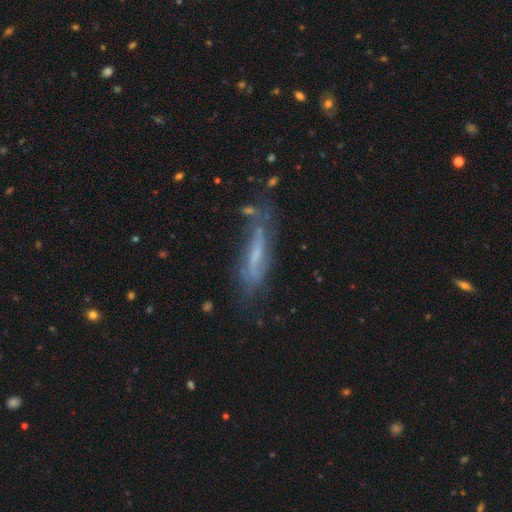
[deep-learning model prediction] Smooth or featured: featured or disk — 57% (smooth — 33%)
Edge-on disk: yes — 51% (no — 49%)
Merging: none — 58% (minor disturbance — 25%)